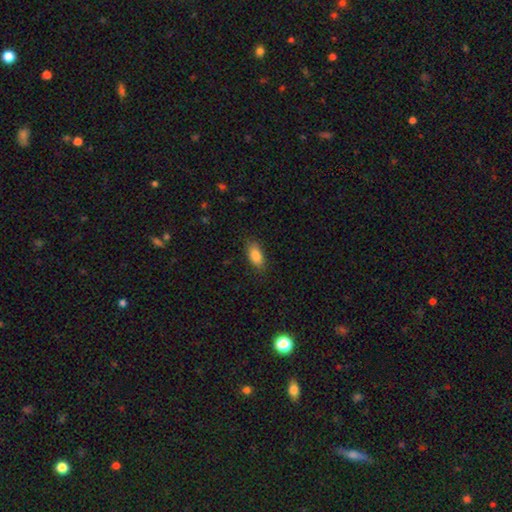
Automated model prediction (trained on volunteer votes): Smooth or featured? Predicted: smooth (p=0.85). How rounded? Predicted: in between (p=0.89). Merging? Predicted: none (p=0.83).